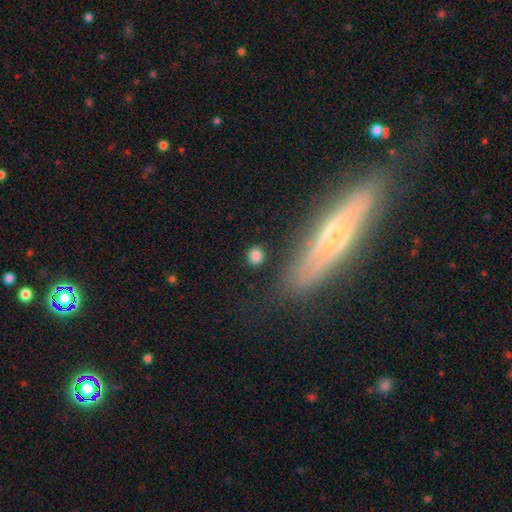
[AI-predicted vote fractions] A smooth galaxy with no disk features (83%) that is round (86%).

Vote fractions:
- Smooth or featured? smooth: 83% / star or artifact: 11% / featured or disk: 6%
- How rounded? round: 86% / in between: 12% / cigar-shaped: 2%
- Merging? none: 89% / minor disturbance: 6% / major disturbance: 3% / merger: 2%